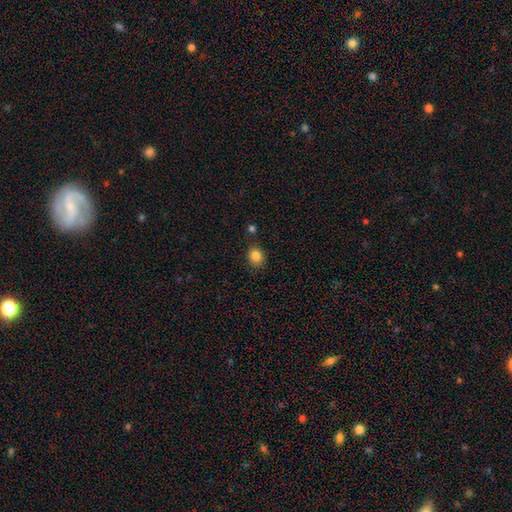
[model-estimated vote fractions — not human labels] Smooth or featured: smooth — 85% (star or artifact — 11%)
How rounded: round — 66% (in between — 33%)
Merging: none — 83% (minor disturbance — 11%)